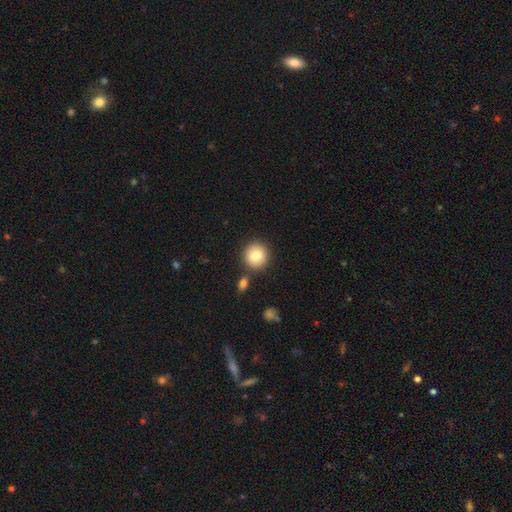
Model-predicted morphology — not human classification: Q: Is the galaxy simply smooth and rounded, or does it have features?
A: smooth — 80%.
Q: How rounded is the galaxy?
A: round — 92%.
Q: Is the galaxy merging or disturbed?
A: none — 82%.